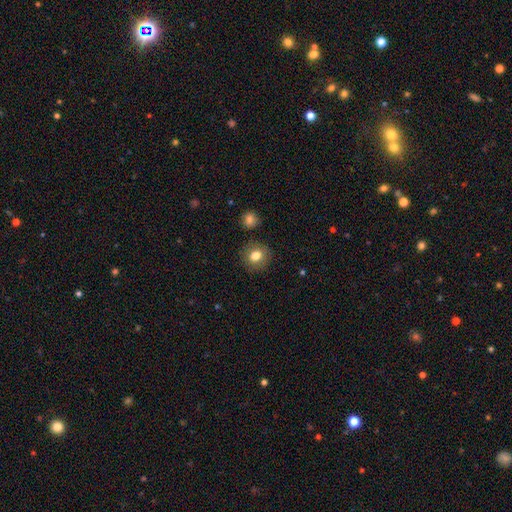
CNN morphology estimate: A smooth galaxy with no disk features (80%) that is round (81%). Merging: none (87%).